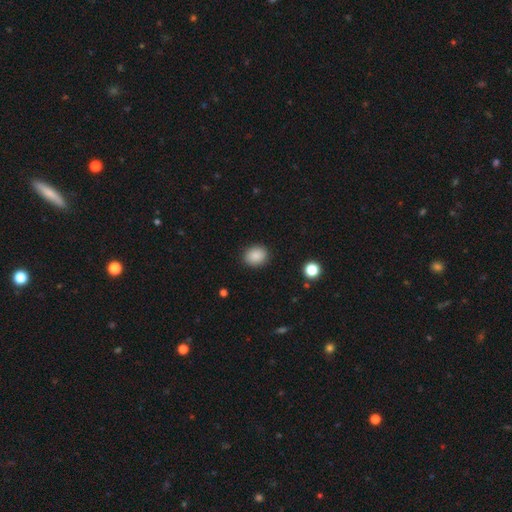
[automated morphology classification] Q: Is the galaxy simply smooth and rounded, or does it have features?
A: smooth — 87%.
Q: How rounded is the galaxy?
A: round — 54%.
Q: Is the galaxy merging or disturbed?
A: none — 89%.